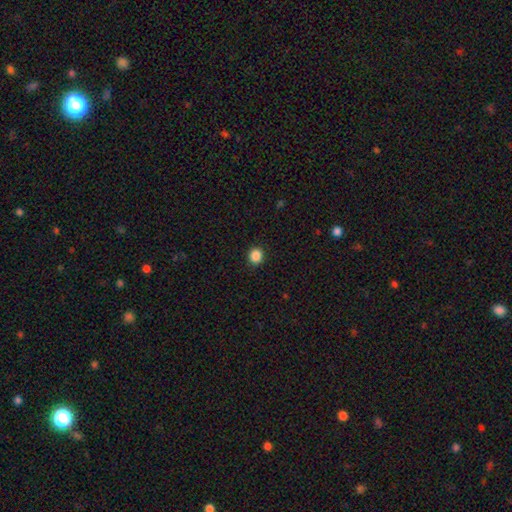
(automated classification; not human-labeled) A smooth galaxy with no disk features (87%) that is round (84%). Merging: none (92%).